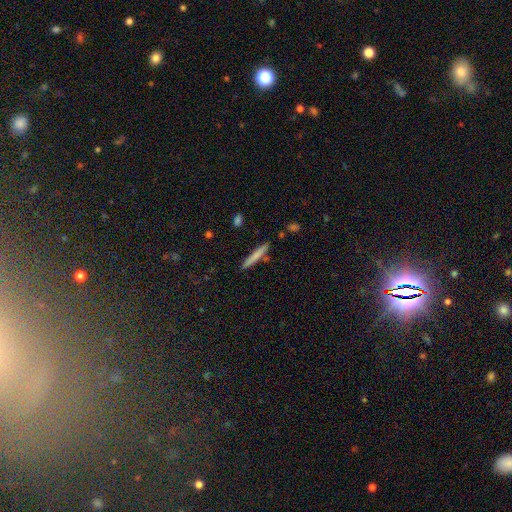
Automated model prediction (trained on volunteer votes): smooth 73%, featured or disk 22%, star or artifact 6%. Down the decision tree: how rounded — cigar-shaped (95%); merging — none (87%).